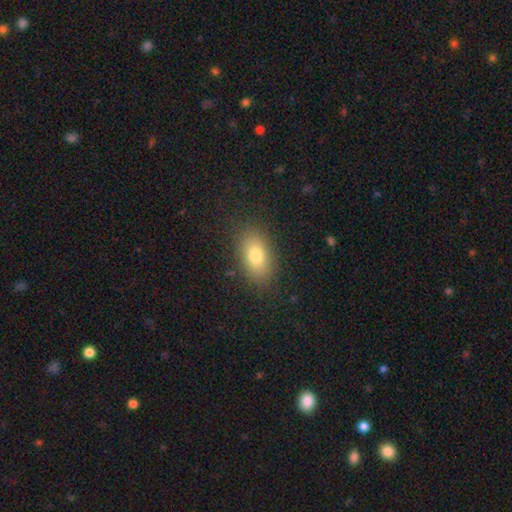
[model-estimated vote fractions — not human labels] This is likely a smooth galaxy (78%). How rounded: clearly in between (88%). Merging: clearly none (86%).